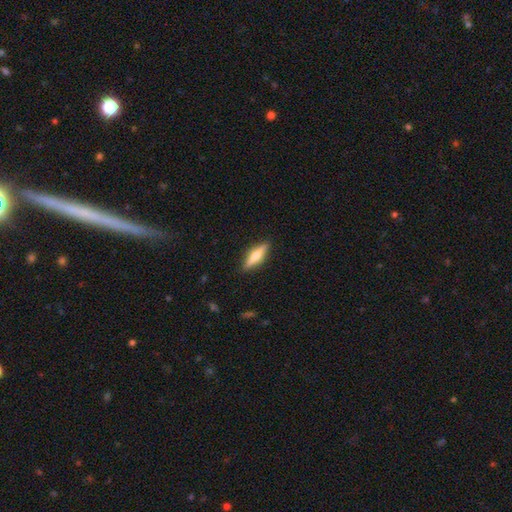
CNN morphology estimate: Q: Smooth or featured?
A: featured or disk (49%); runner-up: smooth (45%)
Q: Merging?
A: none (89%); runner-up: minor disturbance (8%)